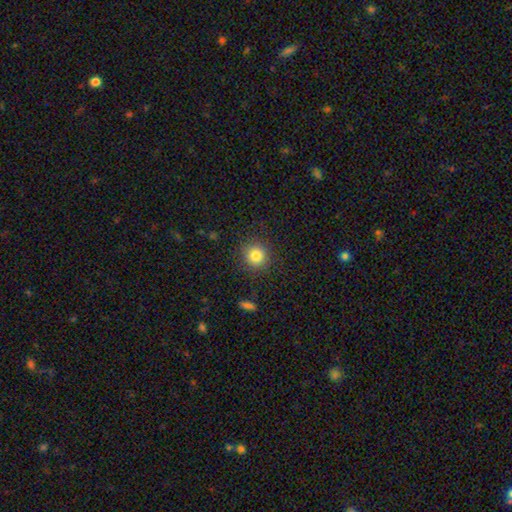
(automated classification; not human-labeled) smooth_or_featured: smooth (p=0.83) [alt: star or artifact p=0.11]
how_rounded: round (p=0.92) [alt: in between p=0.07]
merging: none (p=0.88) [alt: minor disturbance p=0.08]